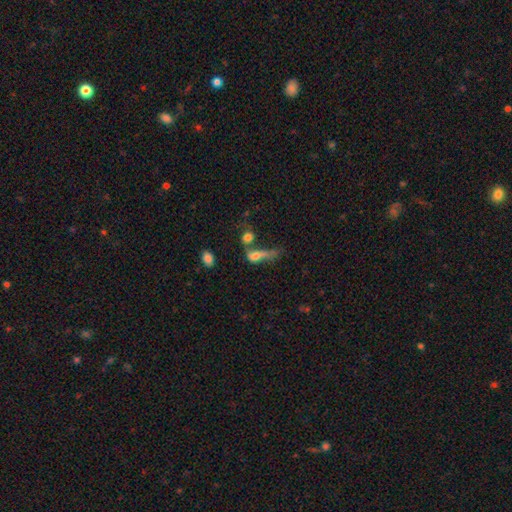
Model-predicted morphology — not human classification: smooth 59%, featured or disk 28%, star or artifact 13%. Down the decision tree: how rounded — in between (56%); merging — merger (44%).